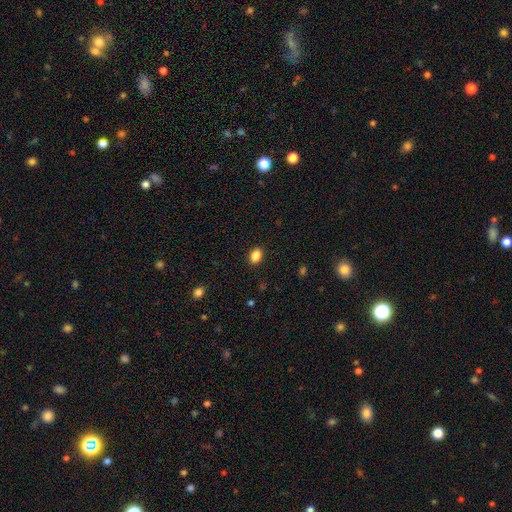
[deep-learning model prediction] Smooth or featured: smooth — 87% (star or artifact — 9%)
How rounded: in between — 79% (round — 20%)
Merging: none — 89% (minor disturbance — 8%)